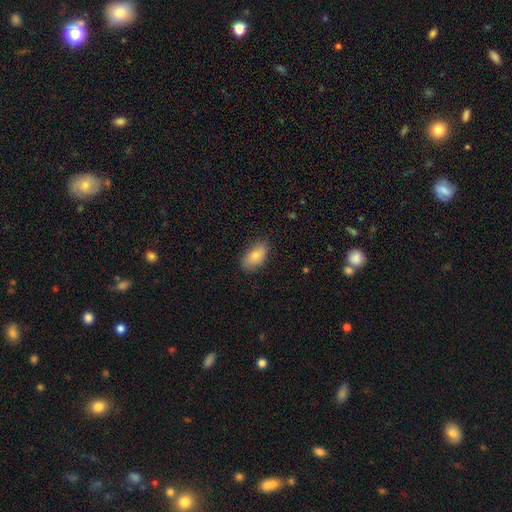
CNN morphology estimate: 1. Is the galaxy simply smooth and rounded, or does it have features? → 81% smooth, 11% featured or disk, 7% star or artifact.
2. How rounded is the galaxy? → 92% in between, 5% round, 3% cigar-shaped.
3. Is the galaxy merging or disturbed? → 81% none, 15% minor disturbance, 3% major disturbance, 1% merger.